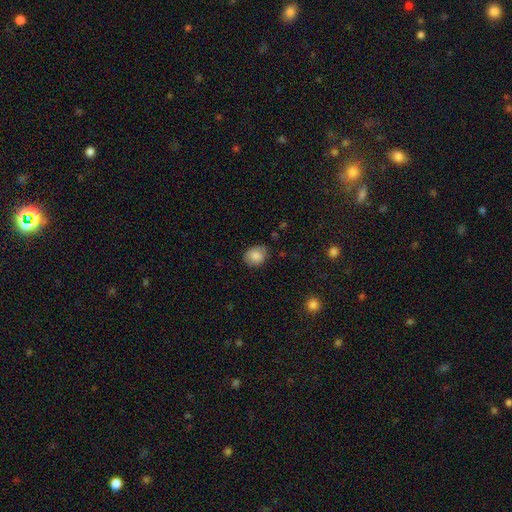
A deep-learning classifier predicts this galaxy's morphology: Q: Smooth or featured?
A: smooth (85%); runner-up: star or artifact (8%)
Q: How rounded?
A: round (54%); runner-up: in between (45%)
Q: Merging?
A: none (78%); runner-up: minor disturbance (17%)